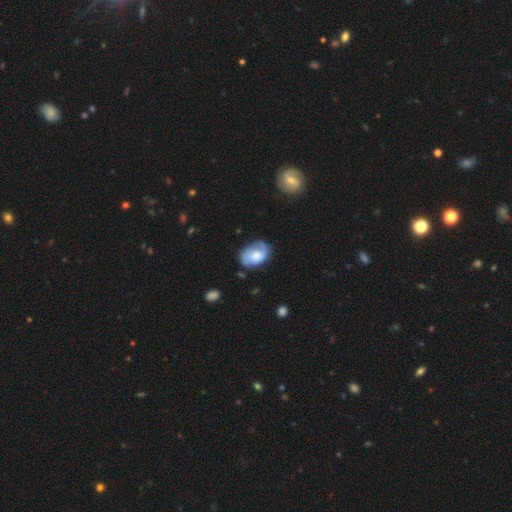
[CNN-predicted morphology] Smooth or featured?
  - smooth: 62% *
  - featured or disk: 31%
  - star or artifact: 7%
How rounded?
  - in between: 83% *
  - round: 16%
  - cigar-shaped: 1%
Merging?
  - none: 55% *
  - minor disturbance: 31%
  - major disturbance: 12%
  - merger: 3%